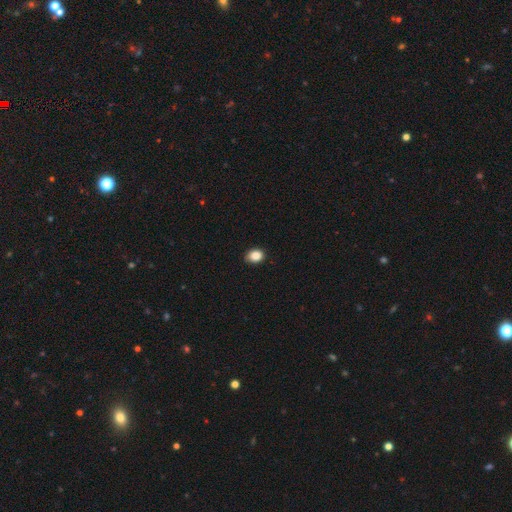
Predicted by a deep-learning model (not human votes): Smooth or featured? Predicted: smooth (p=0.87). How rounded? Predicted: in between (p=0.53). Merging? Predicted: none (p=0.80).